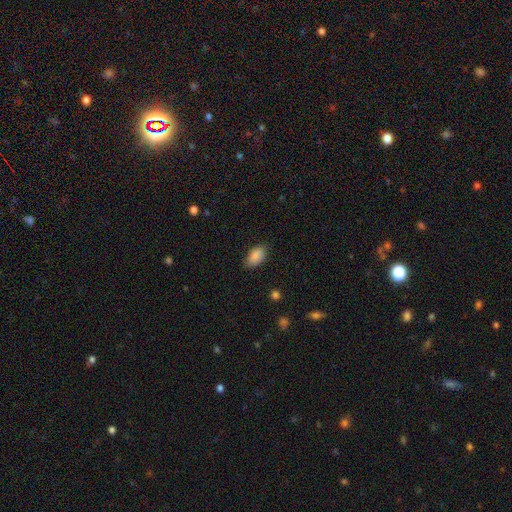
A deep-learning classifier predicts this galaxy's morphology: type=smooth (88%); roundness=in between (92%); merging=none (81%).